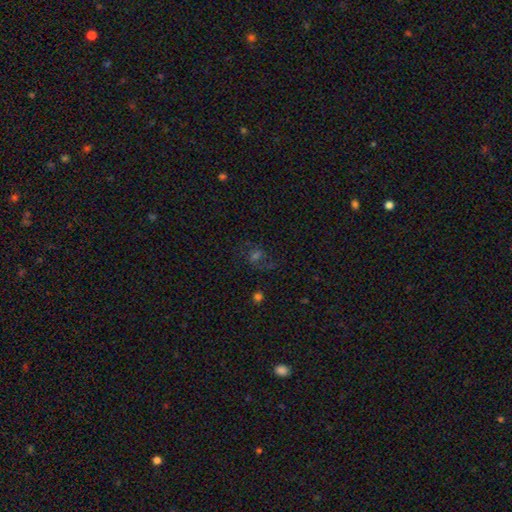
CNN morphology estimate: type=featured or disk (35%, tied with star or artifact); merging=none (60%).